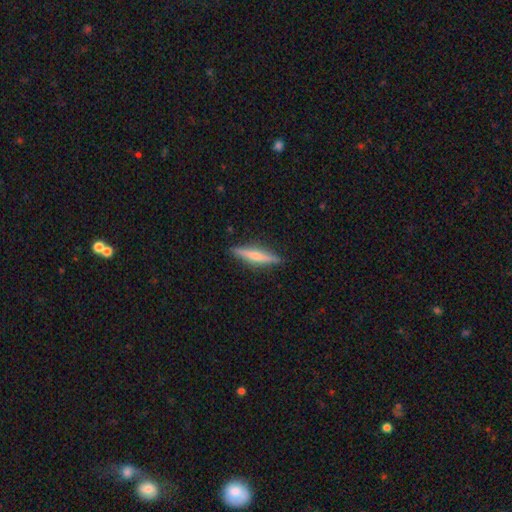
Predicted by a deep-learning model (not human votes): Smooth or featured?
  - featured or disk: 50% *
  - smooth: 45%
  - star or artifact: 6%
Merging?
  - none: 89% *
  - minor disturbance: 8%
  - major disturbance: 2%
  - merger: 1%